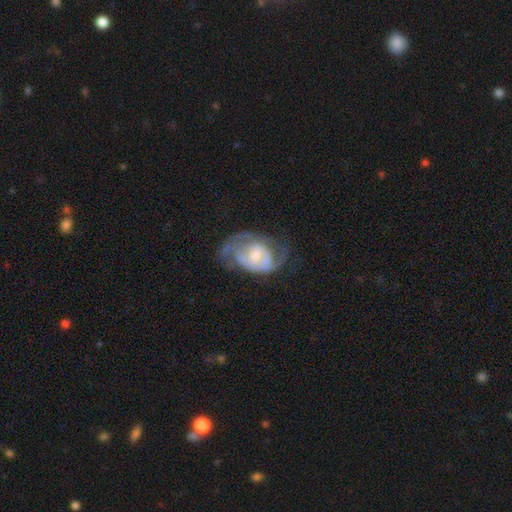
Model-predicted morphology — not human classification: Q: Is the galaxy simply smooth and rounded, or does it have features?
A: featured or disk — 76%.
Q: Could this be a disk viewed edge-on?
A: no — 97%.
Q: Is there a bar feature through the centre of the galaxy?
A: no — 57%.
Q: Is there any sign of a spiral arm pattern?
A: yes — 81%.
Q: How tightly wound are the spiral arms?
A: medium — 43%.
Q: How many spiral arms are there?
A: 2 — 55%.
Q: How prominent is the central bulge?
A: moderate — 47%.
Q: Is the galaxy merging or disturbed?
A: none — 44%.